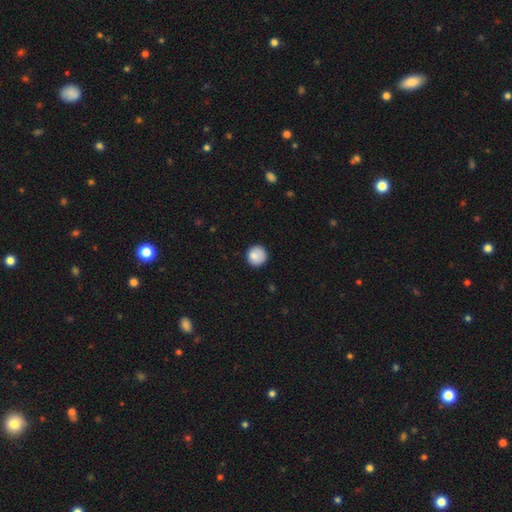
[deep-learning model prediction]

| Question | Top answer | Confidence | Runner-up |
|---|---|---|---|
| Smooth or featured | smooth | 84% | star or artifact (8%) |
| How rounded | round | 94% | in between (5%) |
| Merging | none | 84% | minor disturbance (12%) |